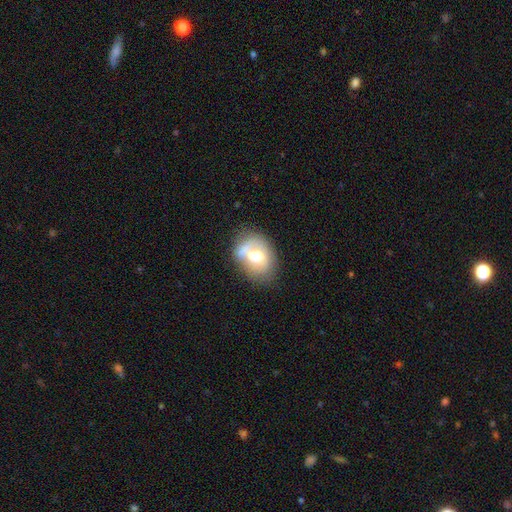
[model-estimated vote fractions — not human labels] Smooth or featured: smooth — 58% (featured or disk — 34%)
How rounded: in between — 64% (round — 35%)
Merging: none — 41% (minor disturbance — 27%)